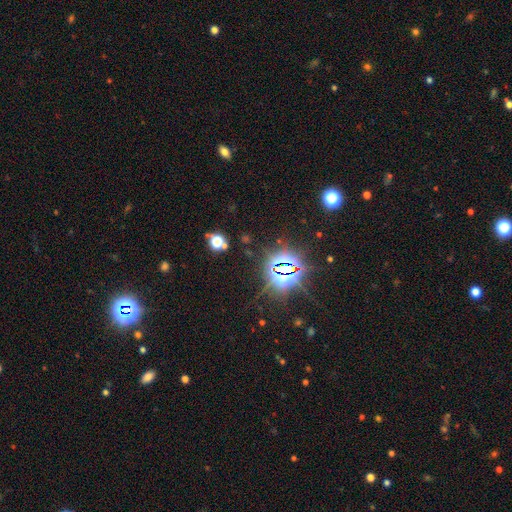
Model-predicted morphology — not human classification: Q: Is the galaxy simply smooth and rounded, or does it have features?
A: star or artifact — 82%.